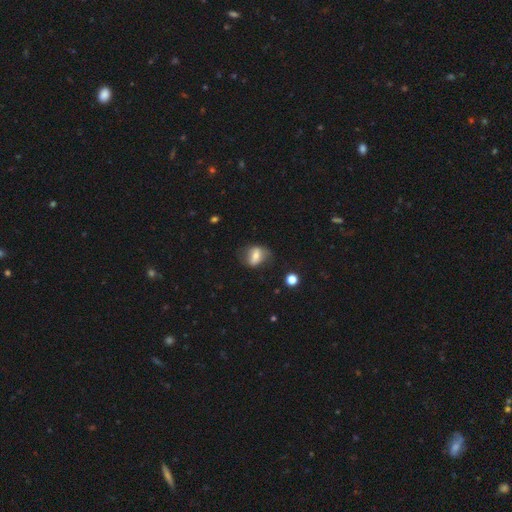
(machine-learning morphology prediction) Smooth or featured: smooth — 58% (featured or disk — 33%)
How rounded: in between — 68% (round — 26%)
Merging: none — 62% (minor disturbance — 24%)